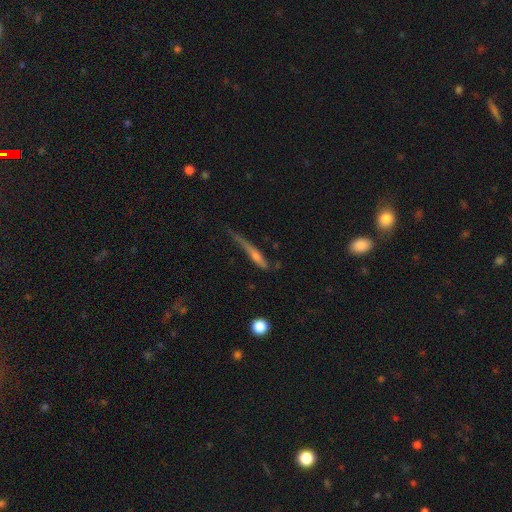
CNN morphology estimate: A smooth galaxy with no disk features (46%).

Vote fractions:
- Smooth or featured? smooth: 46% / featured or disk: 44% / star or artifact: 10%
- Merging? none: 41% / minor disturbance: 30% / major disturbance: 24% / merger: 5%